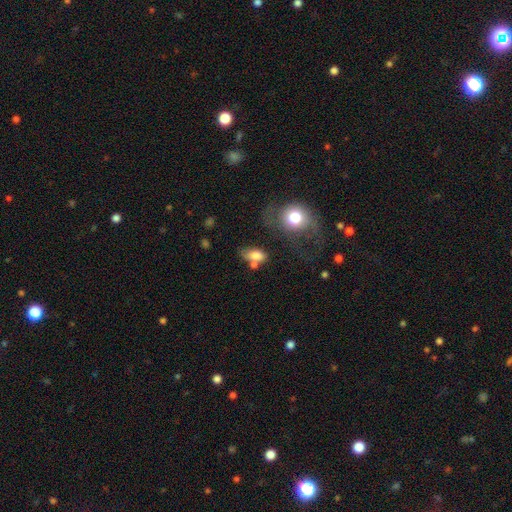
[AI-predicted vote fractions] Smooth or featured?
  - smooth: 77% *
  - featured or disk: 14%
  - star or artifact: 9%
How rounded?
  - in between: 84% *
  - round: 11%
  - cigar-shaped: 5%
Merging?
  - none: 43% *
  - merger: 27%
  - minor disturbance: 19%
  - major disturbance: 11%